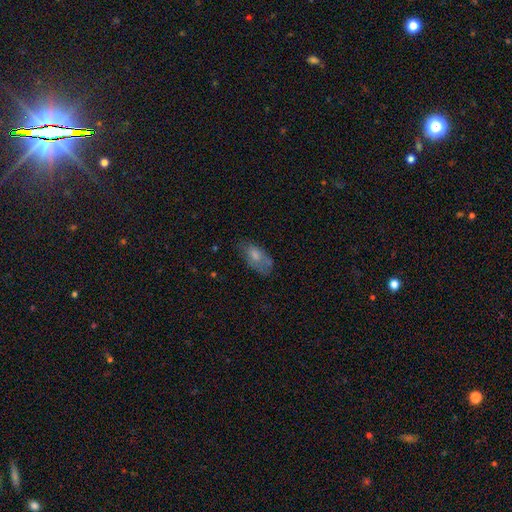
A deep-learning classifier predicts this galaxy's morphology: This is likely a smooth galaxy (67%). How rounded: clearly in between (90%). Merging: possibly none (51%).